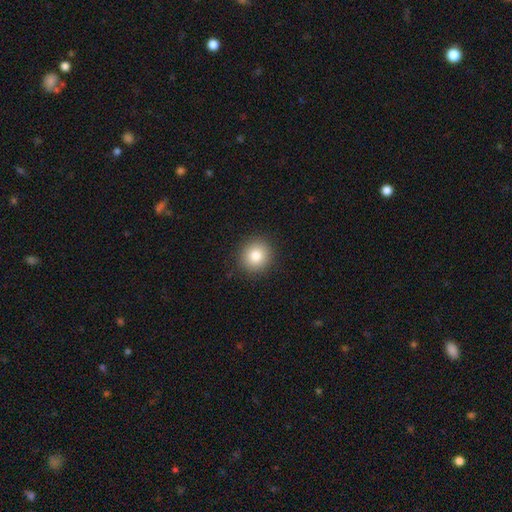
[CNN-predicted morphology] A smooth galaxy with no disk features (82%) that is round (89%). Merging: none (91%).